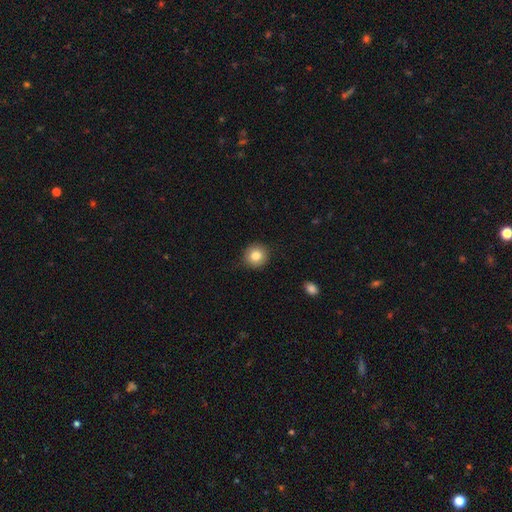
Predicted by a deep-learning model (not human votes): Smooth or featured: smooth — 82% (star or artifact — 10%)
How rounded: round — 93% (in between — 6%)
Merging: none — 90% (minor disturbance — 7%)